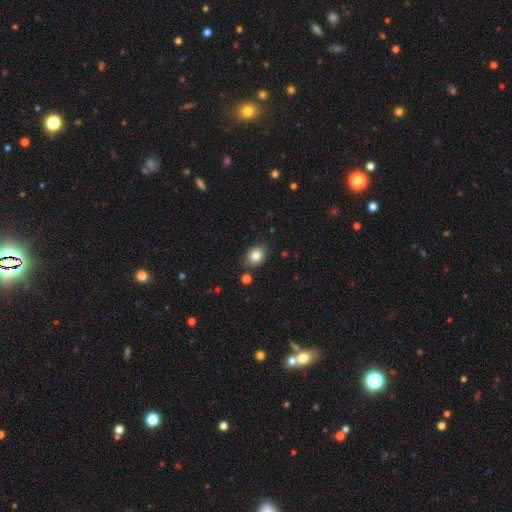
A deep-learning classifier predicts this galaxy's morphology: This appears to be a smooth galaxy with no disk features (84%) that is round (52%). Merging: none (81%).